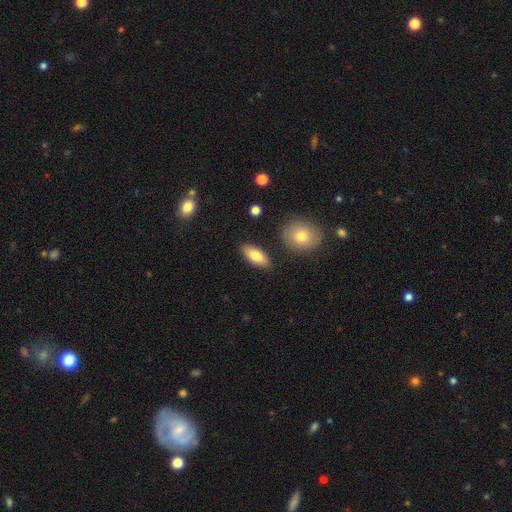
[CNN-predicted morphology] The model was most divided on "smooth or featured": smooth: 80%, featured or disk: 14%, star or artifact: 6%. More confident: how rounded — in between (87%); merging — none (86%).